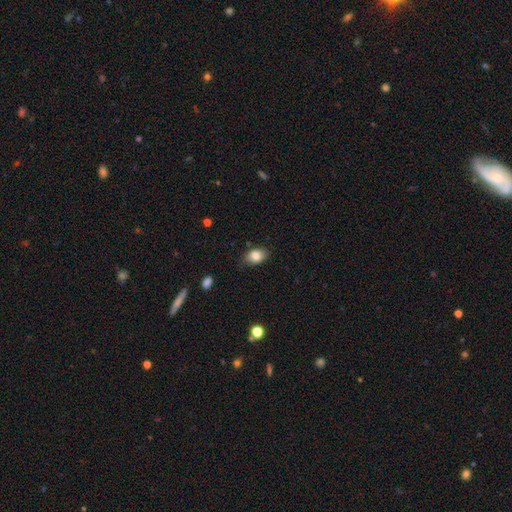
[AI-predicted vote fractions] smooth-or-featured: smooth: 83% | featured or disk: 9% | star or artifact: 8%
  how-rounded: in between: 80% | round: 19% | cigar-shaped: 1%
  merging: none: 80% | minor disturbance: 16% | major disturbance: 3% | merger: 1%